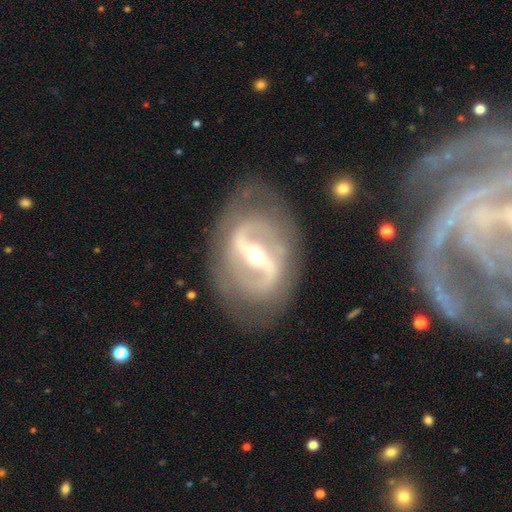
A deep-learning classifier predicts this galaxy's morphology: featured or disk 86%, smooth 8%, star or artifact 5%. Down the decision tree: edge-on disk — no (95%); bar — strong (70%); spiral arms — yes (82%); spiral arm count — 2 (81%); spiral winding — medium (46%); bulge size — moderate (50%); merging — none (74%).